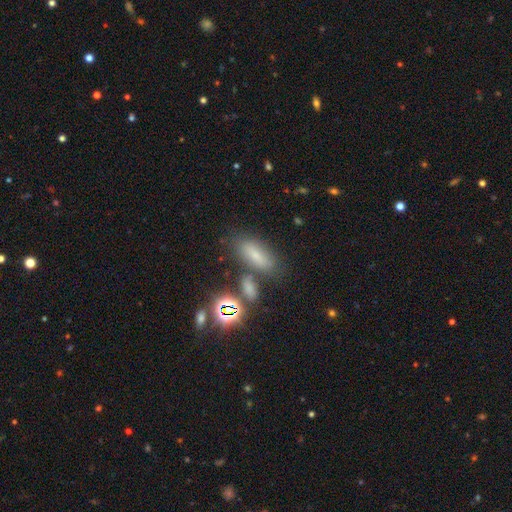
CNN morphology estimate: Smooth or featured? smooth (61%)
How rounded? in between (72%)
Merging? none (63%)